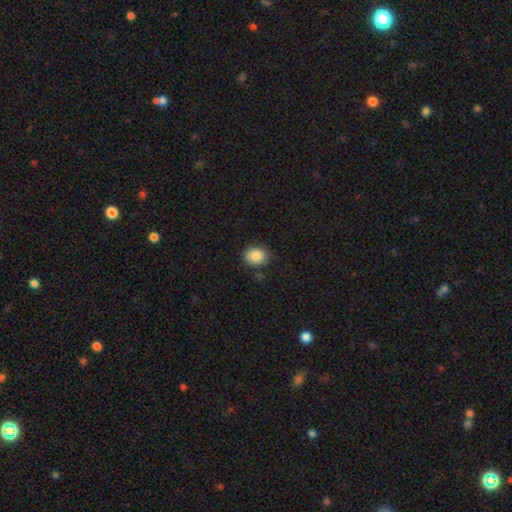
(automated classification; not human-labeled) This is clearly a smooth galaxy (87%). How rounded: possibly in between (57%). Merging: clearly none (81%).